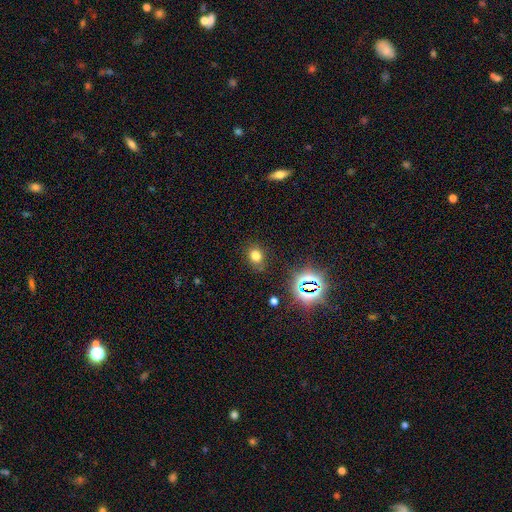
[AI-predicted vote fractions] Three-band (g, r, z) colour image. It shows a smooth galaxy with no disk features (72%) that is round (56%). Merging: none (81%).